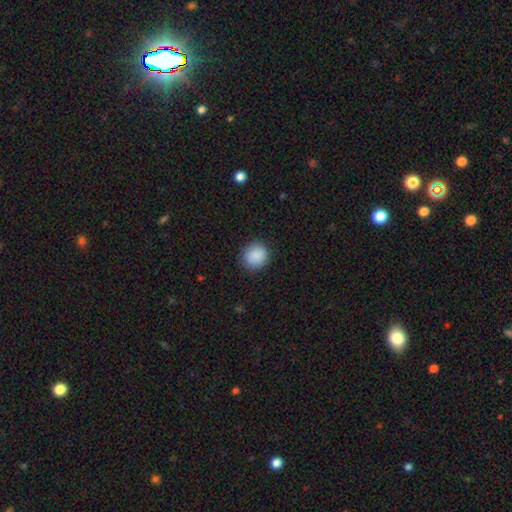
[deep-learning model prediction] smooth 89%, star or artifact 8%, featured or disk 3%. Down the decision tree: how rounded — round (85%); merging — none (88%).